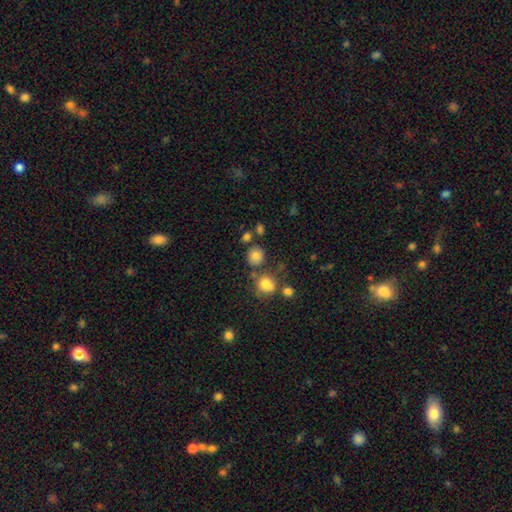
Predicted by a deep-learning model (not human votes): A smooth galaxy with no disk features (78%) that is round (84%). Merging: none (74%).